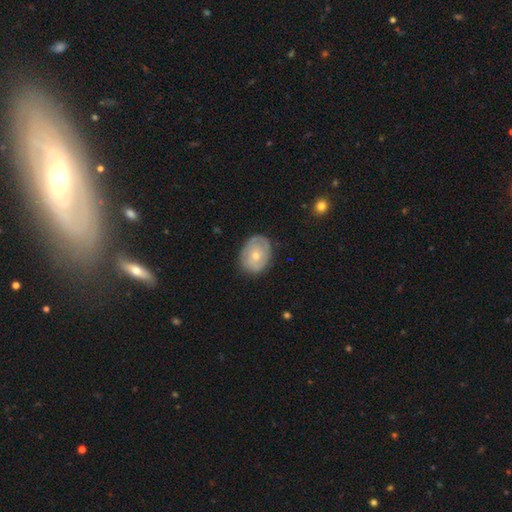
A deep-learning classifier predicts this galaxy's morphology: A featured or disk galaxy (54%) with no bar (84%), spiral arms (63%) and a small central bulge (56%).

Vote fractions:
- Smooth or featured? featured or disk: 54% / smooth: 40% / star or artifact: 6%
- Edge-on disk? no: 96% / yes: 4%
- Bar? no: 84% / weak: 13% / strong: 2%
- Spiral arms? yes: 63% / no: 37%
- Bulge size? small: 56% / moderate: 41% / large: 2% / none: 1% / dominant: 1%
- Merging? none: 77% / minor disturbance: 17% / major disturbance: 5% / merger: 1%